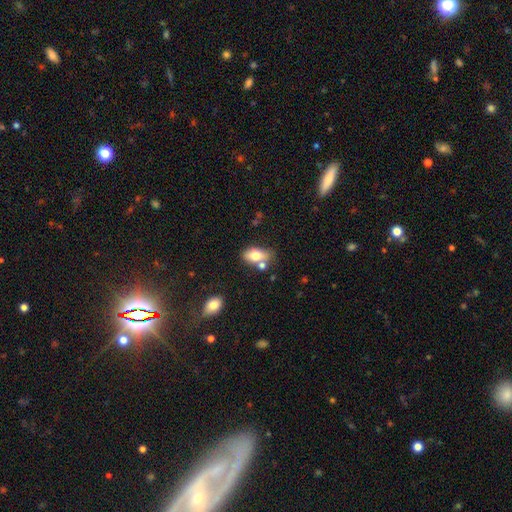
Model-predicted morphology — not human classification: A smooth galaxy with no disk features (74%) that is in between round and cigar-shaped (86%).

Vote fractions:
- Smooth or featured? smooth: 74% / featured or disk: 18% / star or artifact: 8%
- How rounded? in between: 86% / round: 11% / cigar-shaped: 3%
- Merging? none: 54% / merger: 24% / minor disturbance: 17% / major disturbance: 5%